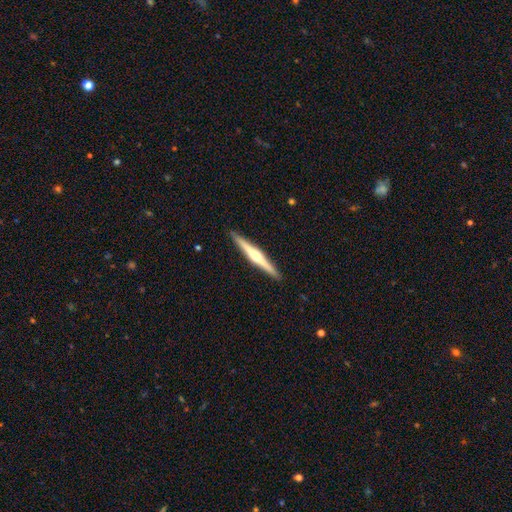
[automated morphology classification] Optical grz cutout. It shows a featured or disk galaxy (72%) viewed edge-on (98%) with a rounded central bulge (88%). Merging: none (92%).